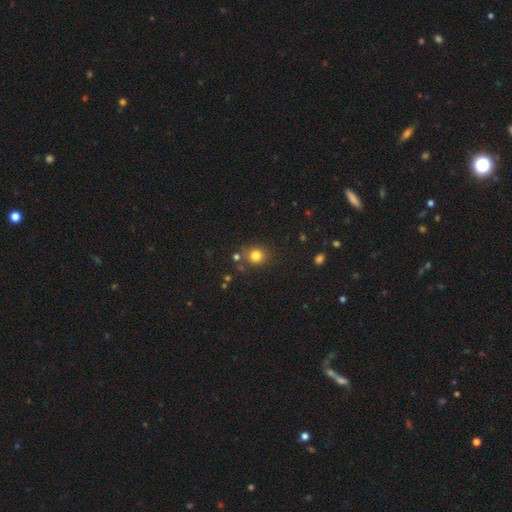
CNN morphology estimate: Q: Smooth or featured?
A: smooth (80%); runner-up: star or artifact (13%)
Q: How rounded?
A: round (81%); runner-up: in between (18%)
Q: Merging?
A: none (74%); runner-up: minor disturbance (13%)